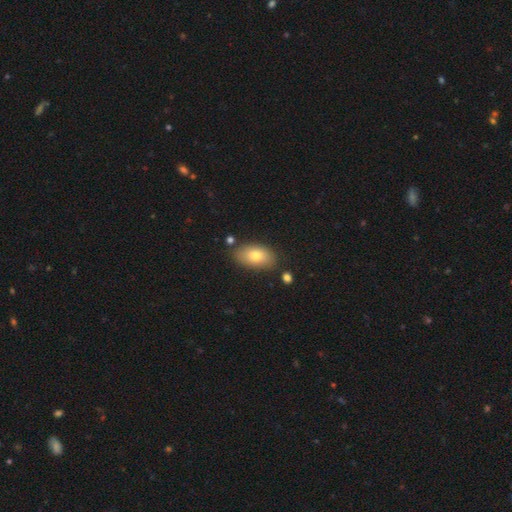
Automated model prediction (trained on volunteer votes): A smooth galaxy with no disk features (76%) that is in between round and cigar-shaped (91%). Merging: none (81%).